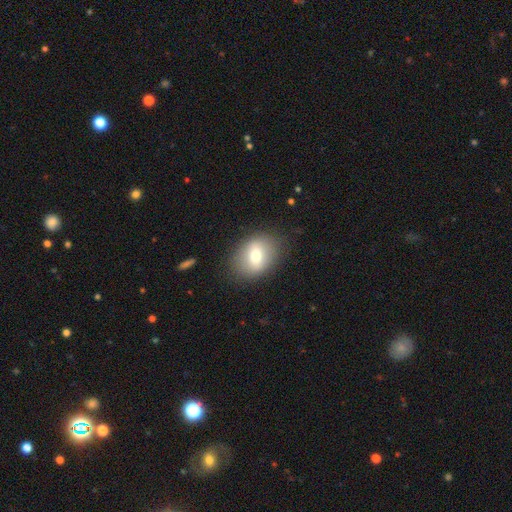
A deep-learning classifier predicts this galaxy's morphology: A smooth galaxy with no disk features (71%) that is in between round and cigar-shaped (67%). Merging: none (82%).